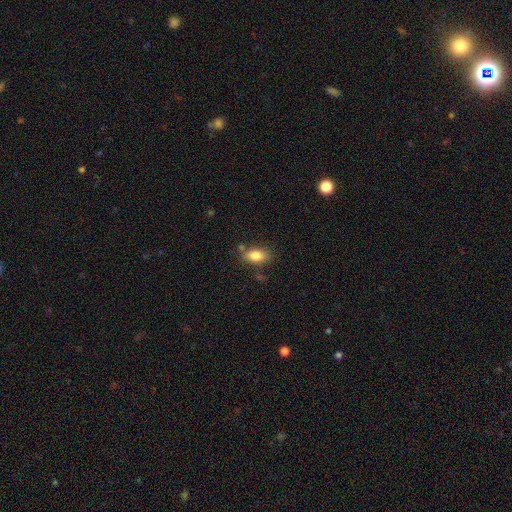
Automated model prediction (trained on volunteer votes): Smooth or featured? Predicted: smooth (p=0.82). How rounded? Predicted: in between (p=0.87). Merging? Predicted: none (p=0.75).